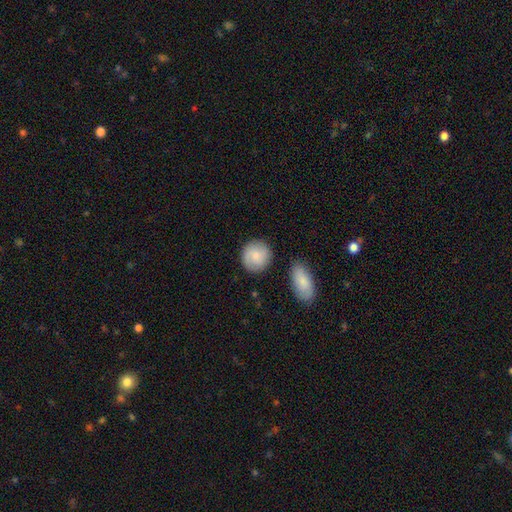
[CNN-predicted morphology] A smooth galaxy with no disk features (74%) that is round (90%).

Vote fractions:
- Smooth or featured? smooth: 74% / featured or disk: 20% / star or artifact: 6%
- How rounded? round: 90% / in between: 8% / cigar-shaped: 1%
- Merging? none: 82% / minor disturbance: 11% / merger: 5% / major disturbance: 3%